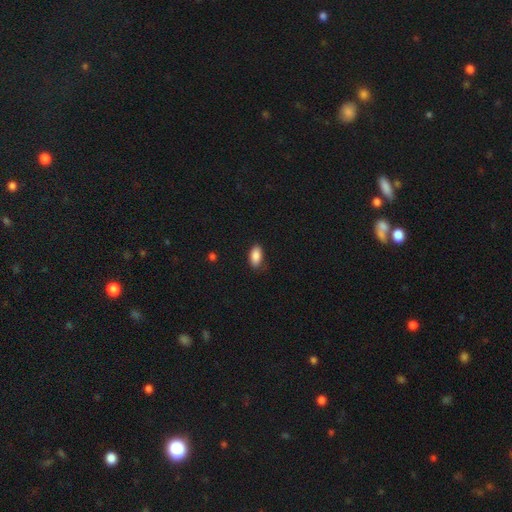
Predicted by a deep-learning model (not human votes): A smooth galaxy with no disk features (89%) that is in between round and cigar-shaped (92%).

Vote fractions:
- Smooth or featured? smooth: 89% / star or artifact: 7% / featured or disk: 4%
- How rounded? in between: 92% / cigar-shaped: 5% / round: 3%
- Merging? none: 81% / minor disturbance: 15% / major disturbance: 3% / merger: 1%